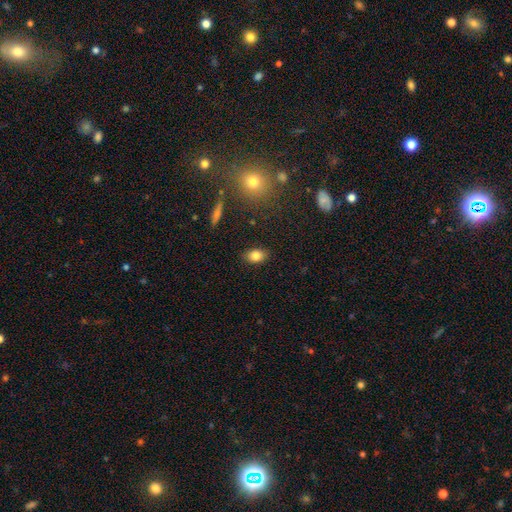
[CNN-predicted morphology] A smooth galaxy with no disk features (82%) that is in between round and cigar-shaped (83%).

Vote fractions:
- Smooth or featured? smooth: 82% / star or artifact: 9% / featured or disk: 9%
- How rounded? in between: 83% / round: 15% / cigar-shaped: 2%
- Merging? none: 87% / minor disturbance: 10% / major disturbance: 2% / merger: 1%